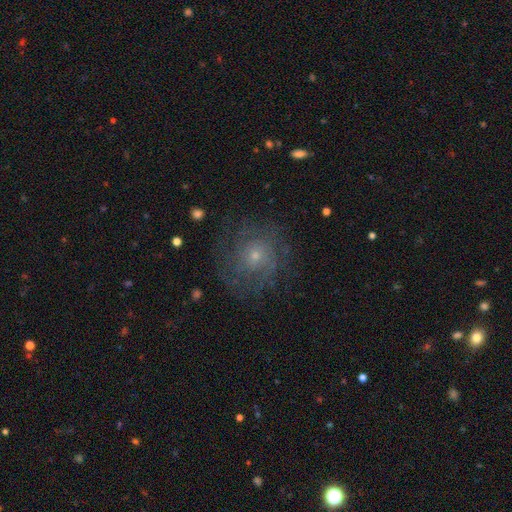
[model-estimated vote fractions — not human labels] smooth_or_featured: featured or disk (p=0.57) [alt: smooth p=0.30]
disk_edge_on: no (p=0.97) [alt: yes p=0.03]
bar: no (p=0.84) [alt: weak p=0.14]
has_spiral_arms: yes (p=0.77) [alt: no p=0.23]
bulge_size: small (p=0.73) [alt: moderate p=0.22]
merging: none (p=0.73) [alt: minor disturbance p=0.15]